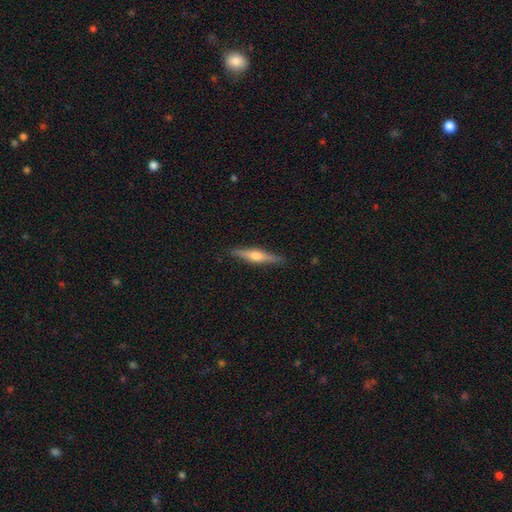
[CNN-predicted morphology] Smooth or featured: featured or disk — 70% (smooth — 24%)
Edge-on disk: yes — 98% (no — 2%)
Edge-on bulge: rounded — 91% (boxy — 6%)
Merging: none — 89% (minor disturbance — 8%)